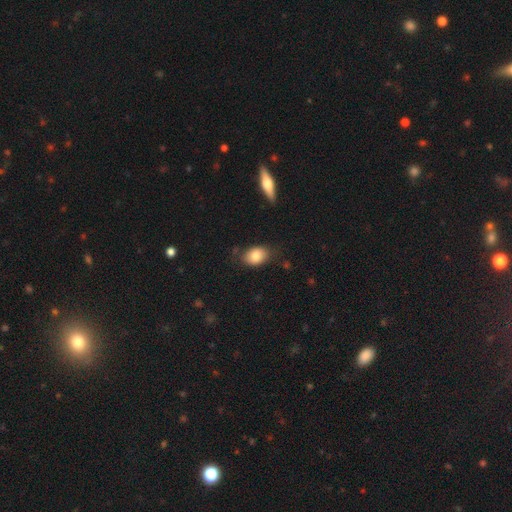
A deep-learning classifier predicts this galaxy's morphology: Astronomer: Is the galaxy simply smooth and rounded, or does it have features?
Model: smooth — 82%.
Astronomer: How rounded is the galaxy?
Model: in between — 79%.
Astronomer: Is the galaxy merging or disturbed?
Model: none — 75%.